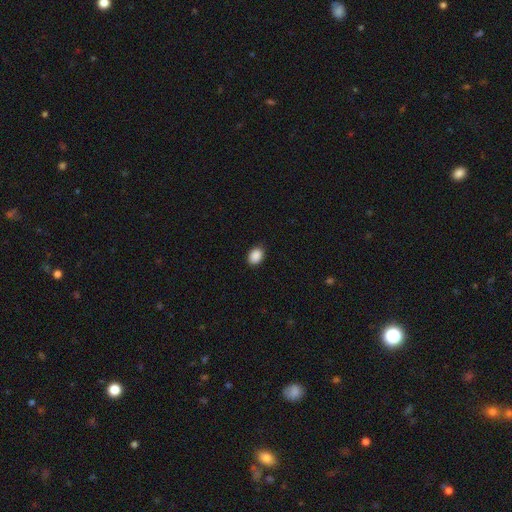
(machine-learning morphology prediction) Overall: smooth (90%). How rounded: in between (75%). Merging: none (88%).